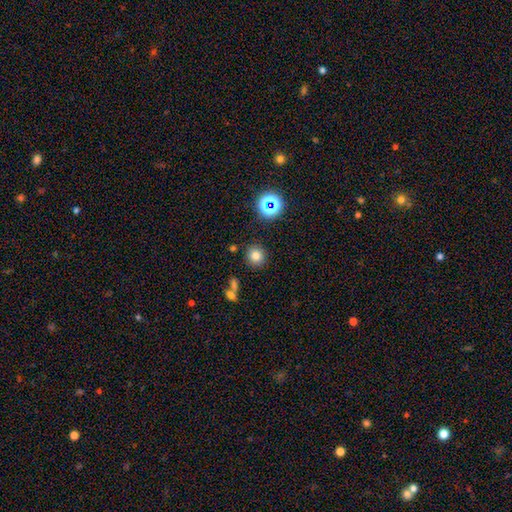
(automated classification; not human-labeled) Smooth or featured: smooth — 75% (star or artifact — 17%)
How rounded: round — 91% (in between — 8%)
Merging: none — 86% (minor disturbance — 7%)